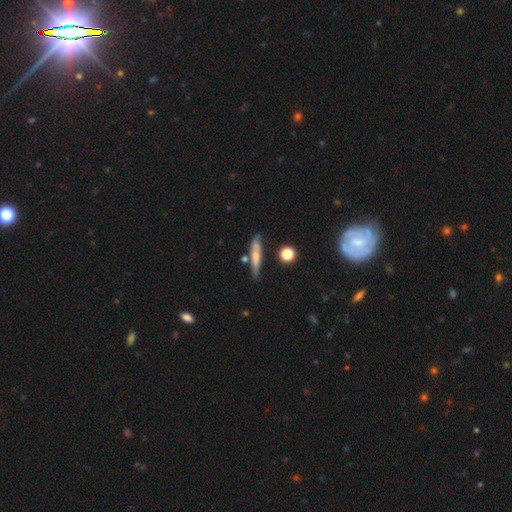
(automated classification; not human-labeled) Smooth or featured? smooth (59%)
How rounded? cigar-shaped (86%)
Merging? none (70%)